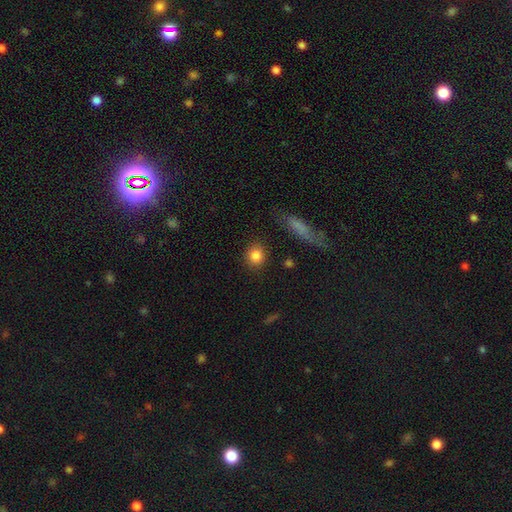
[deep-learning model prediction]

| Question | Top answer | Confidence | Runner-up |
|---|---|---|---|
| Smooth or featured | smooth | 85% | star or artifact (9%) |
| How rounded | round | 81% | in between (17%) |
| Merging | none | 87% | minor disturbance (8%) |